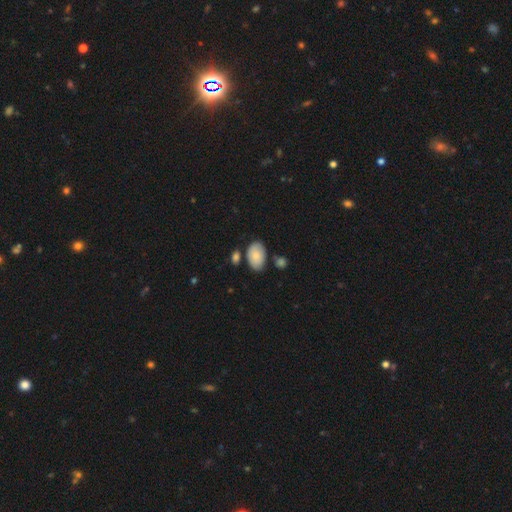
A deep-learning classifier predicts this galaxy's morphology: A smooth galaxy with no disk features (80%) that is in between round and cigar-shaped (91%).

Vote fractions:
- Smooth or featured? smooth: 80% / featured or disk: 14% / star or artifact: 6%
- How rounded? in between: 91% / round: 8% / cigar-shaped: 1%
- Merging? none: 69% / minor disturbance: 18% / merger: 9% / major disturbance: 4%